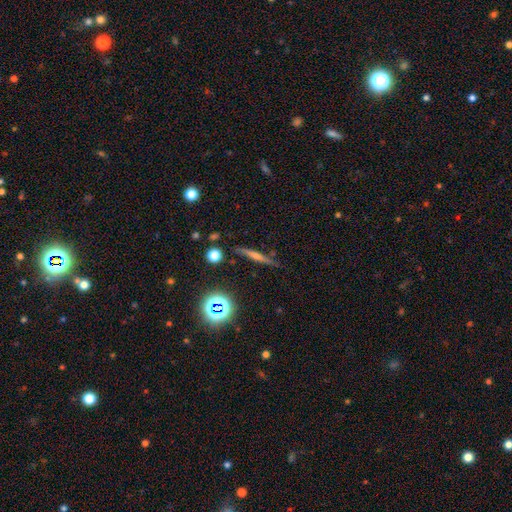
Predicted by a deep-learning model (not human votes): smooth-or-featured: featured or disk: 54% | smooth: 28% | star or artifact: 18%
  disk-edge-on: yes: 95% | no: 5%
    edge-on-bulge: rounded: 59% | none: 31% | boxy: 10%
  merging: none: 87% | minor disturbance: 9% | major disturbance: 2% | merger: 2%